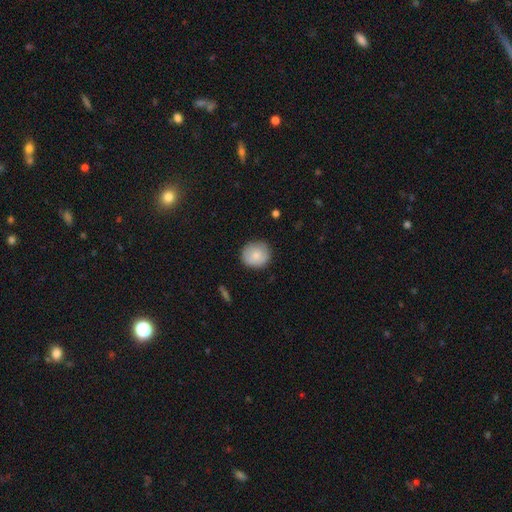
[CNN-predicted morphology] The model was most divided on "smooth or featured": smooth: 80%, featured or disk: 13%, star or artifact: 7%. More confident: how rounded — round (86%); merging — none (82%).